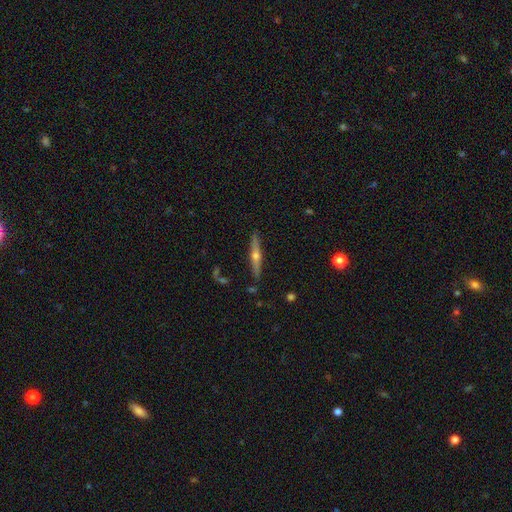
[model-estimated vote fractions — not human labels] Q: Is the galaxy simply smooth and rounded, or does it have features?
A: featured or disk — 69%.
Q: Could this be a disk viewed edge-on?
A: yes — 97%.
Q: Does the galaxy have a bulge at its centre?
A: rounded — 92%.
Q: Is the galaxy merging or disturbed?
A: none — 89%.